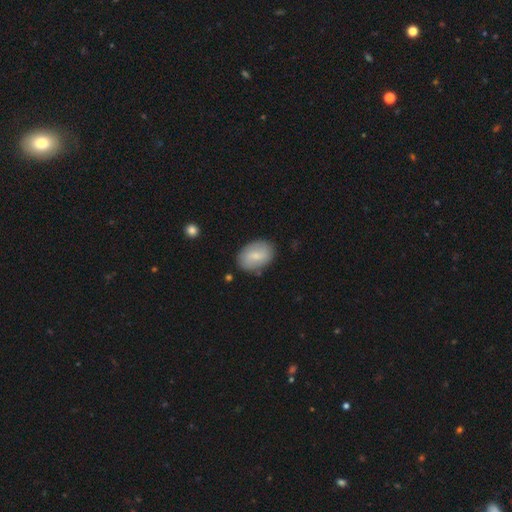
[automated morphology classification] Smooth or featured? smooth (70%)
How rounded? in between (81%)
Merging? none (82%)